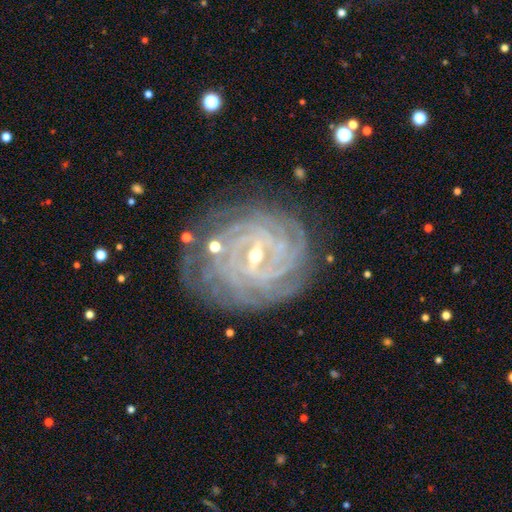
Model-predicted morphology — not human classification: smooth-or-featured: featured or disk: 91% | star or artifact: 5% | smooth: 4%
  disk-edge-on: no: 97% | yes: 3%
    bar: weak: 47% | strong: 39% | no: 14%
    has-spiral-arms: yes: 98% | no: 2%
      spiral-winding: tight: 84% | medium: 14% | loose: 2%
      spiral-arm-count: 4: 31% | more than 4: 21% | can't tell: 20% | 3: 13% | 2: 9% | 1: 6%
    bulge-size: small: 55% | moderate: 42% | large: 1% | none: 1% | dominant: 1%
  merging: none: 76% | minor disturbance: 16% | major disturbance: 6% | merger: 2%